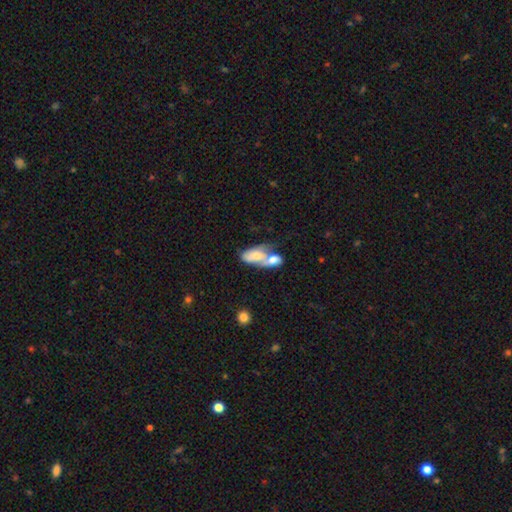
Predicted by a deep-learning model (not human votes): This is possibly a smooth galaxy (58%). How rounded: clearly in between (89%). Merging: likely merger (74%).